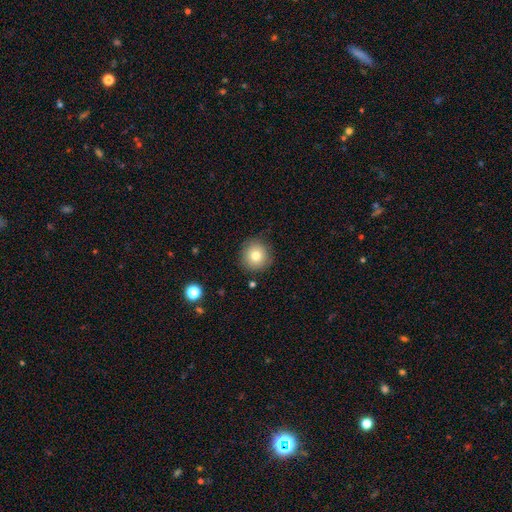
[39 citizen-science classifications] Smooth or featured? 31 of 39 (79%) said smooth. How rounded? 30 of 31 (97%) said round. Merging? 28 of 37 (76%) said none.